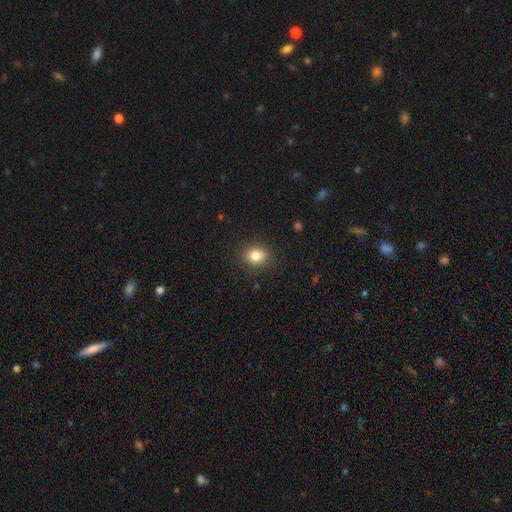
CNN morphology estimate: smooth-or-featured: smooth: 83% | star or artifact: 11% | featured or disk: 6%
  how-rounded: round: 65% | in between: 34% | cigar-shaped: 1%
  merging: none: 87% | minor disturbance: 10% | major disturbance: 3% | merger: 1%